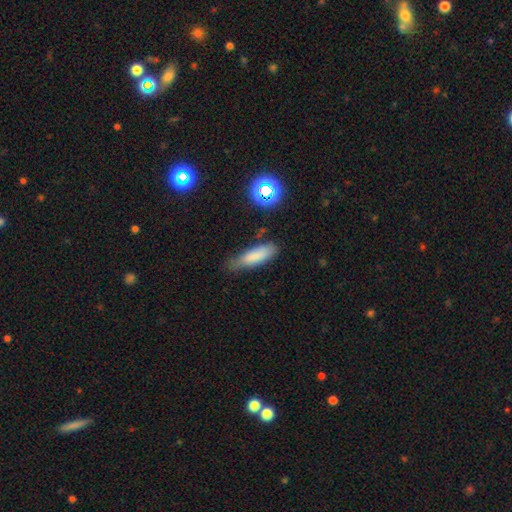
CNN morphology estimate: The model was most divided on "how rounded": cigar-shaped: 51%, in between: 46%, round: 2%. More confident: smooth or featured — smooth (79%); merging — none (65%).